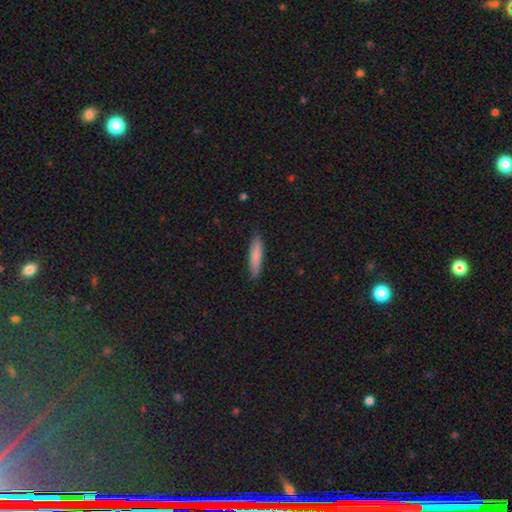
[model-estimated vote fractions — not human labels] smooth-or-featured: smooth: 79% | featured or disk: 15% | star or artifact: 6%
  how-rounded: cigar-shaped: 83% | in between: 15% | round: 1%
  merging: none: 89% | minor disturbance: 9% | major disturbance: 2% | merger: 1%